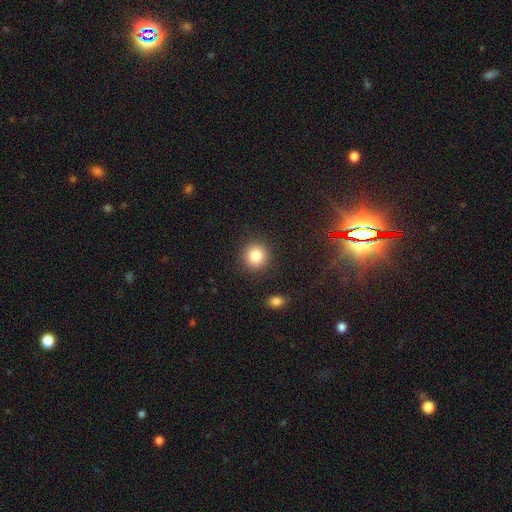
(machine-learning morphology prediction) smooth 84%, star or artifact 10%, featured or disk 6%. Down the decision tree: how rounded — round (92%); merging — none (90%).